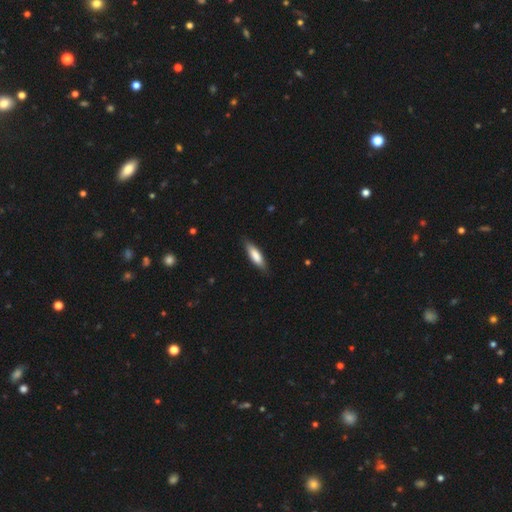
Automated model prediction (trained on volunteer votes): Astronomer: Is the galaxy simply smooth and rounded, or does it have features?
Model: smooth — 77%.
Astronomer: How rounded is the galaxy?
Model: cigar-shaped — 57% (runner-up: in between, 41%).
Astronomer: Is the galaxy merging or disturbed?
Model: none — 83%.